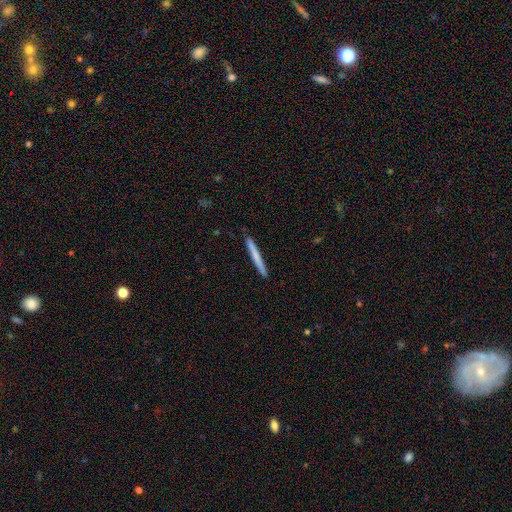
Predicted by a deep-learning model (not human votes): smooth 66%, featured or disk 29%, star or artifact 5%. Down the decision tree: how rounded — cigar-shaped (97%); merging — none (91%).